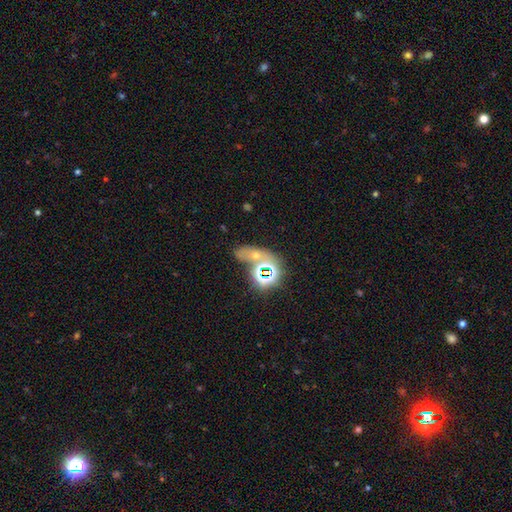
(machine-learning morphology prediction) type=star or artifact (43%).